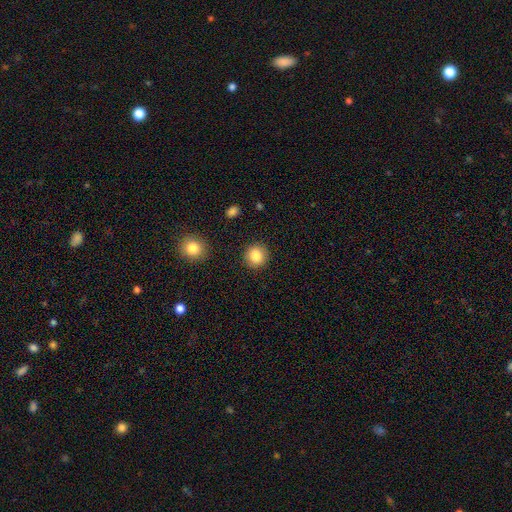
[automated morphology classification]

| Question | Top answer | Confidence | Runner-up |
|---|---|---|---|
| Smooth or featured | smooth | 86% | star or artifact (9%) |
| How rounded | round | 91% | in between (8%) |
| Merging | none | 90% | minor disturbance (6%) |